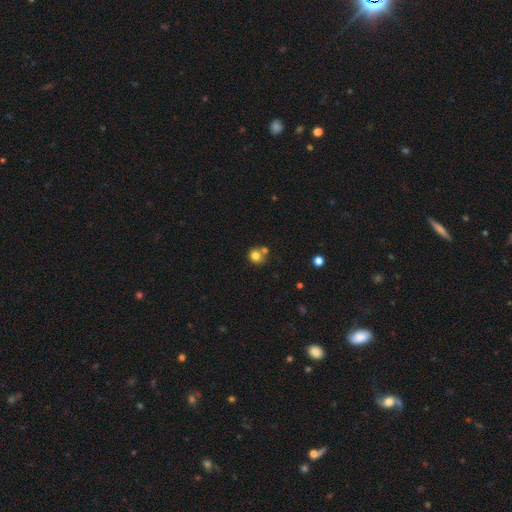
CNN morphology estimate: Q: Smooth or featured?
A: smooth (79%); runner-up: star or artifact (12%)
Q: How rounded?
A: round (86%); runner-up: in between (14%)
Q: Merging?
A: none (57%); runner-up: merger (28%)